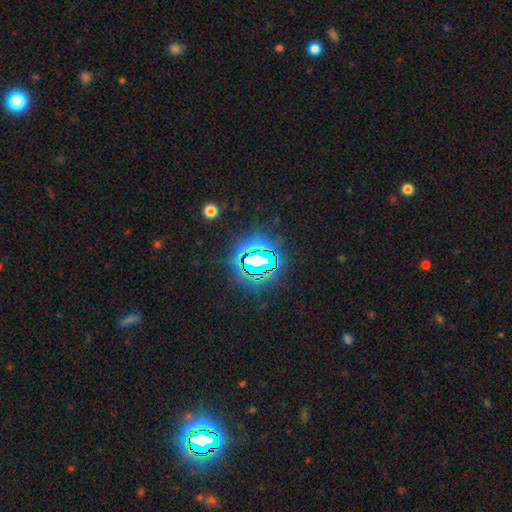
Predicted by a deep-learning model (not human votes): smooth-or-featured: star or artifact: 78% | smooth: 12% | featured or disk: 10%